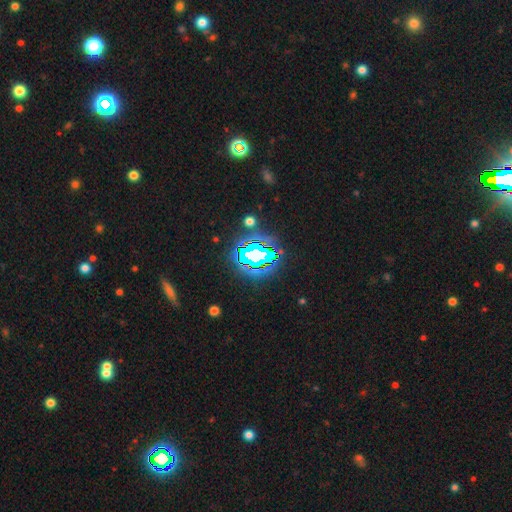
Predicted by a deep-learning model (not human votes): This is likely a star or artifact rather than a galaxy (72%).